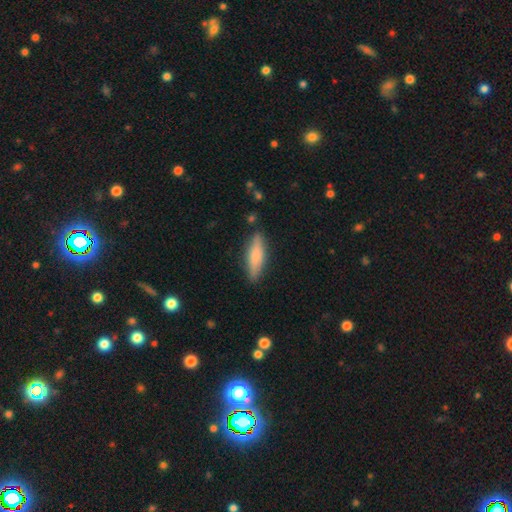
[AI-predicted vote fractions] smooth 69%, featured or disk 25%, star or artifact 6%. Down the decision tree: how rounded — cigar-shaped (63%); merging — none (84%).